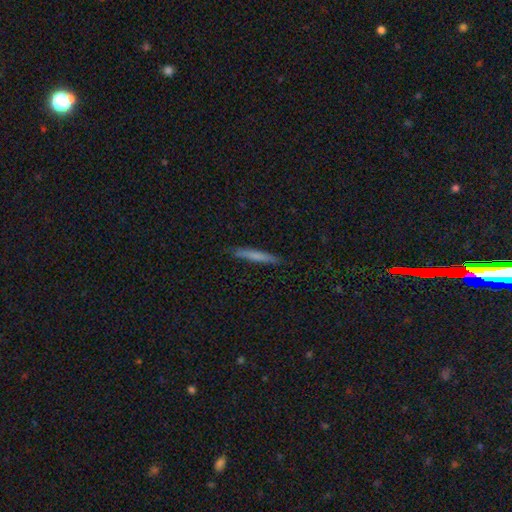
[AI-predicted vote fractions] Morphology: type=smooth (67%); roundness=cigar-shaped (95%); merging=none (89%).